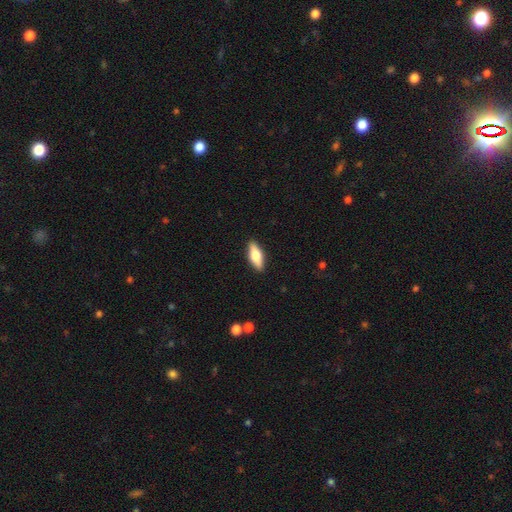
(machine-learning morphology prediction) This appears to be a smooth galaxy with no disk features (61%) that is in between round and cigar-shaped (66%). Merging: none (89%).